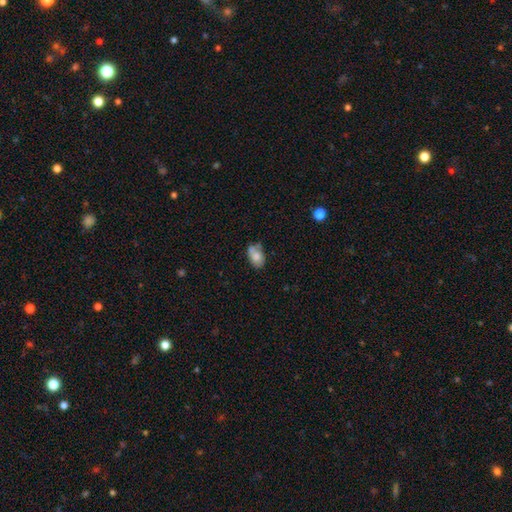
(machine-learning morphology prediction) type=smooth (72%); roundness=in between (85%); merging=none (42%).